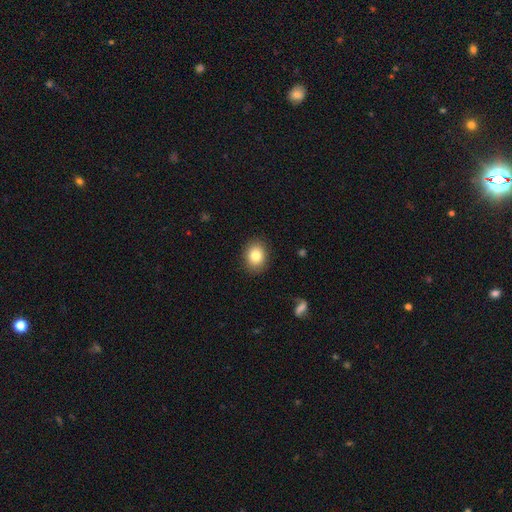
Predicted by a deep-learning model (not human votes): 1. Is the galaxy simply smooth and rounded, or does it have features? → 82% smooth, 9% featured or disk, 9% star or artifact.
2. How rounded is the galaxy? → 51% in between, 48% round, 1% cigar-shaped.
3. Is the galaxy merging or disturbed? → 88% none, 9% minor disturbance, 2% major disturbance, 1% merger.